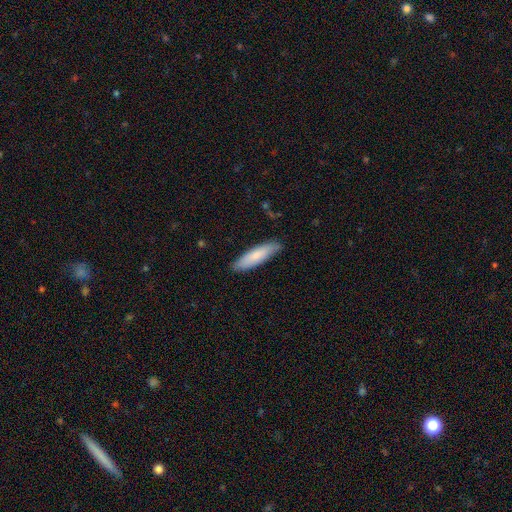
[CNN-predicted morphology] Smooth or featured? smooth (79%)
How rounded? cigar-shaped (65%)
Merging? none (85%)